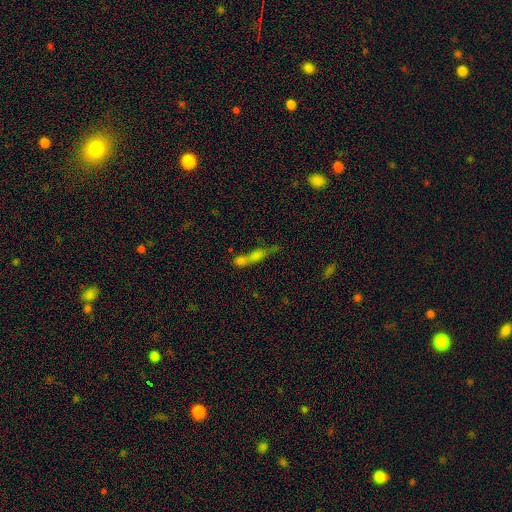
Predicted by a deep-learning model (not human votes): A smooth galaxy with no disk features (53%) that is cigar-shaped (57%). Merging: merger (59%).